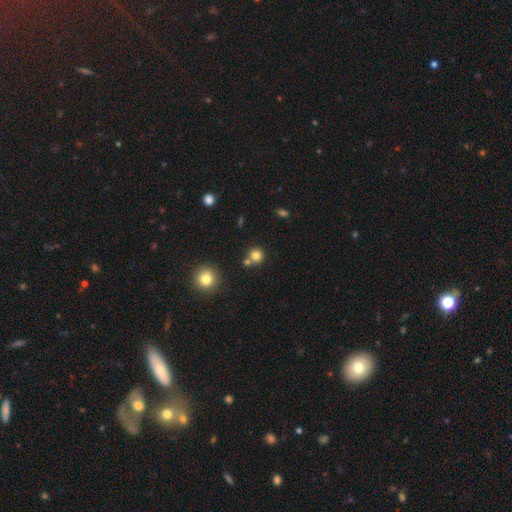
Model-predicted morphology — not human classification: The model was most divided on "merging": none: 68%, merger: 21%, minor disturbance: 8%, major disturbance: 3%. More confident: how rounded — round (91%); smooth or featured — smooth (79%).